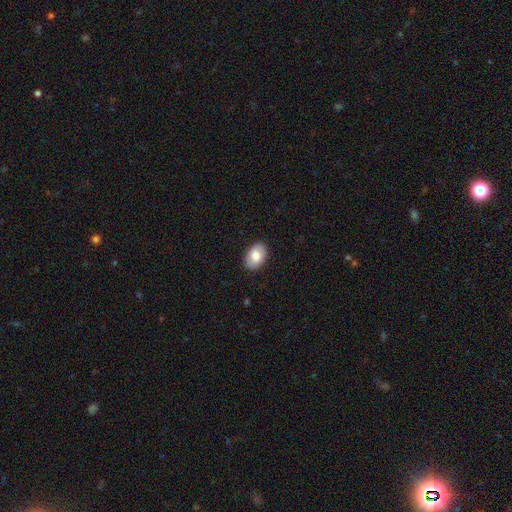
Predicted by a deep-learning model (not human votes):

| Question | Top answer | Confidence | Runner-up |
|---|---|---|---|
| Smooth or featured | smooth | 79% | featured or disk (14%) |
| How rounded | in between | 88% | round (10%) |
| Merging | none | 88% | minor disturbance (9%) |